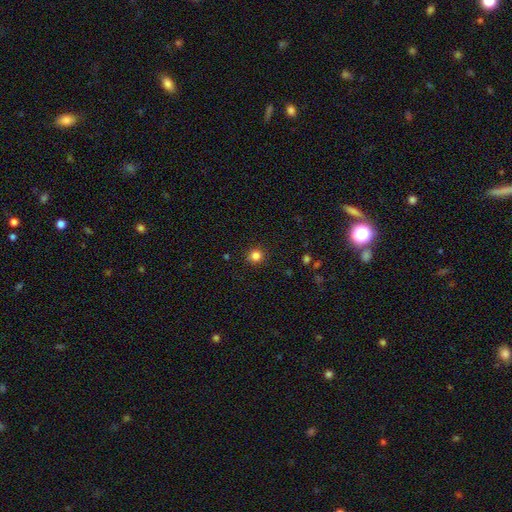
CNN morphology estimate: Smooth or featured? Predicted: smooth (p=0.83). How rounded? Predicted: round (p=0.93). Merging? Predicted: none (p=0.91).